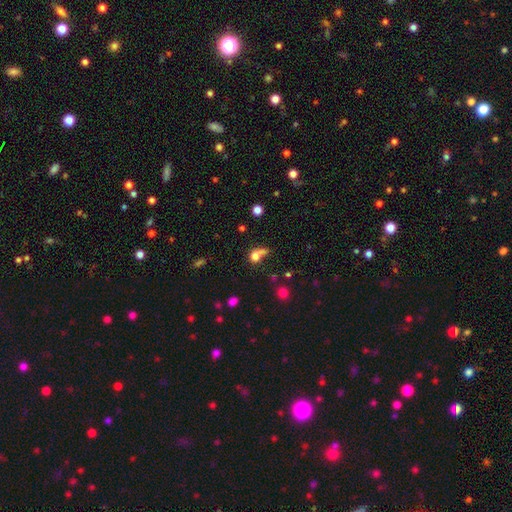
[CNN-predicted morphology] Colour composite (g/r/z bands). It shows a smooth galaxy with no disk features (73%) that is round (67%). Merging: merger (37%).